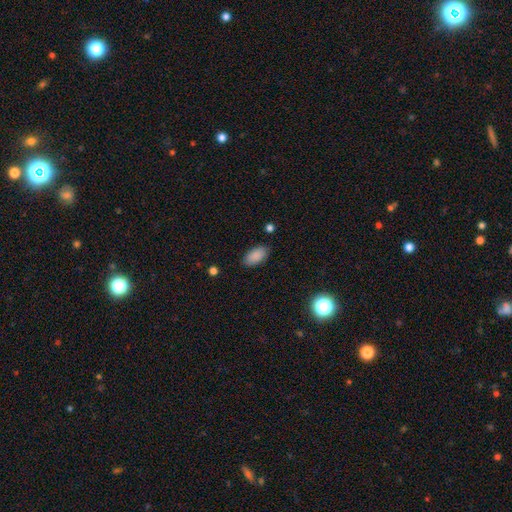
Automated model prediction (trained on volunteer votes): A smooth galaxy with no disk features (88%) that is in between round and cigar-shaped (94%). Merging: none (85%).